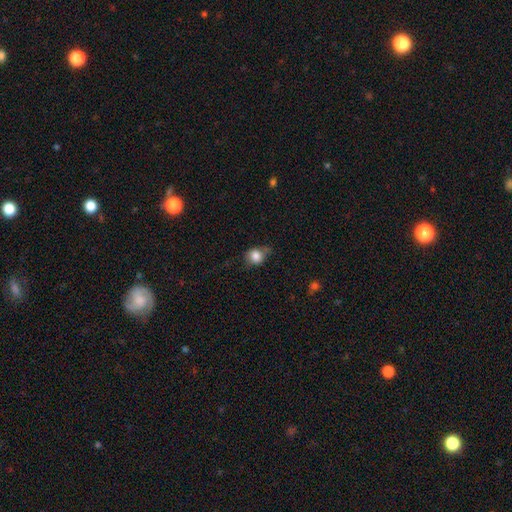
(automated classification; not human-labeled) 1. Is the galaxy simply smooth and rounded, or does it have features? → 80% smooth, 11% featured or disk, 10% star or artifact.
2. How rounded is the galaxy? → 67% round, 32% in between, 1% cigar-shaped.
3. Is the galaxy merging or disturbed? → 49% none, 35% minor disturbance, 13% major disturbance, 3% merger.